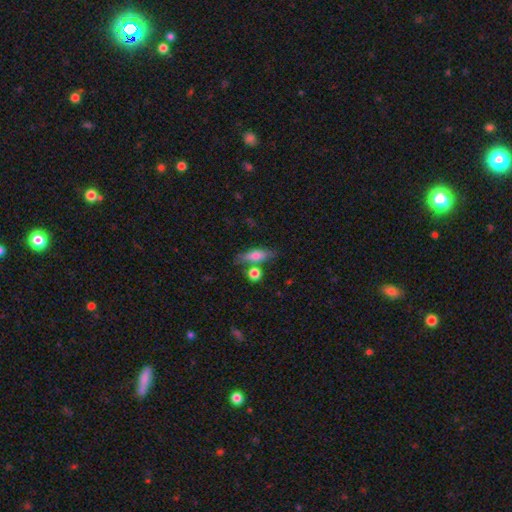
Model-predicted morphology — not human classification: Smooth or featured?
  - smooth: 67% *
  - featured or disk: 25%
  - star or artifact: 8%
How rounded?
  - in between: 54% *
  - cigar-shaped: 39%
  - round: 7%
Merging?
  - none: 66% *
  - merger: 15%
  - minor disturbance: 14%
  - major disturbance: 5%